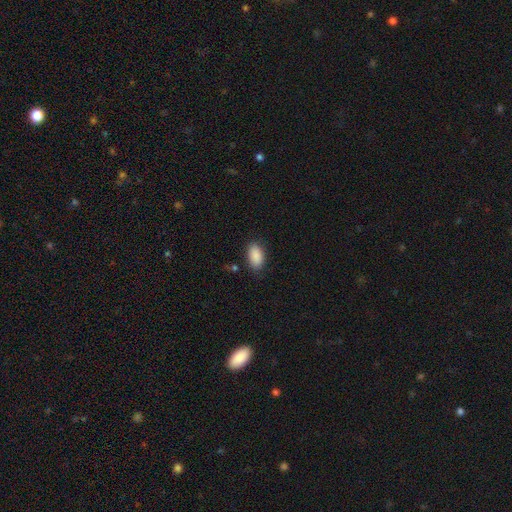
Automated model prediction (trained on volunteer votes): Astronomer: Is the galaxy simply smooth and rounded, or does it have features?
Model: smooth — 89%.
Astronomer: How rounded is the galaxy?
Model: in between — 93%.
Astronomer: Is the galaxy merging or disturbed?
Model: none — 83%.